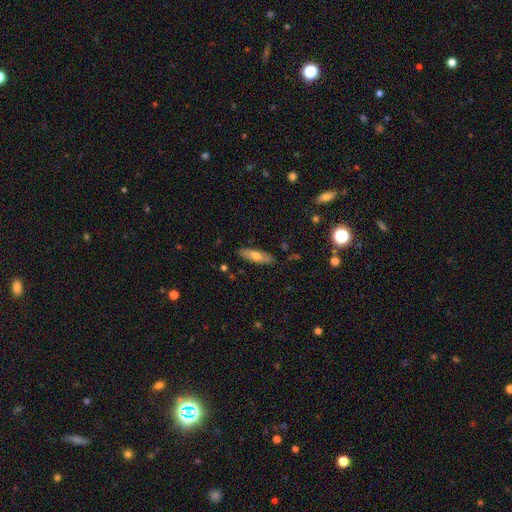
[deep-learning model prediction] Overall: smooth (63%; featured or disk 31%). How rounded: cigar-shaped (52%; in between 46%). Merging: none (86%).